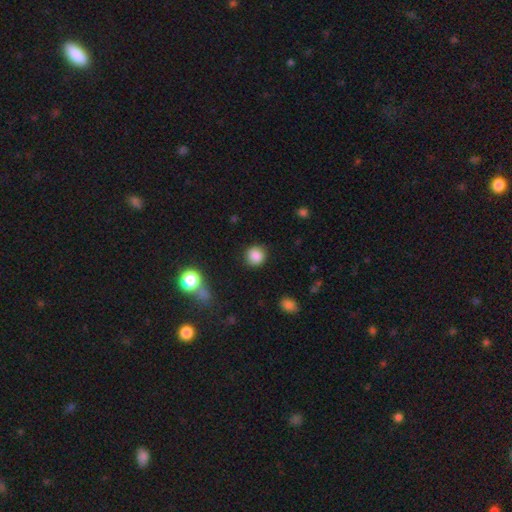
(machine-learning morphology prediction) This is clearly a smooth galaxy (86%). How rounded: clearly round (89%). Merging: clearly none (88%).